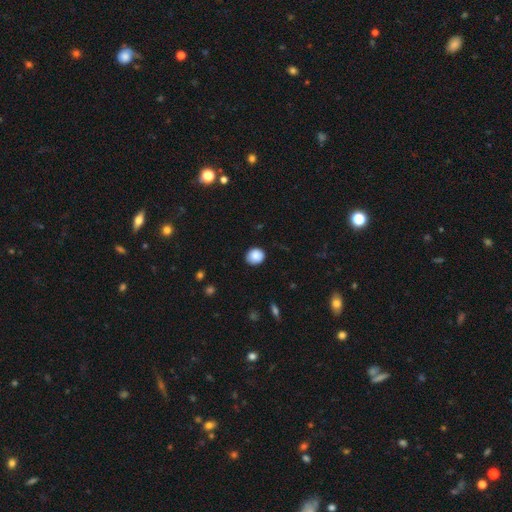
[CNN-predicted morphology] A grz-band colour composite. It shows a smooth galaxy with no disk features (86%) that is round (84%). Merging: none (86%).